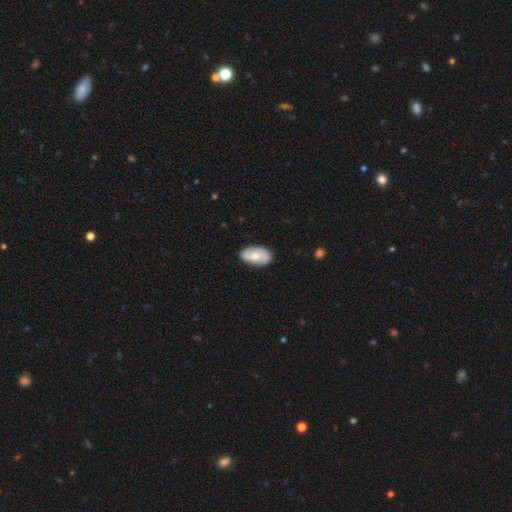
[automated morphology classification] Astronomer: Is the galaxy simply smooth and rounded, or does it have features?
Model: smooth — 49% (runner-up: featured or disk, 45%).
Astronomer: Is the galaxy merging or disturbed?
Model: none — 84%.